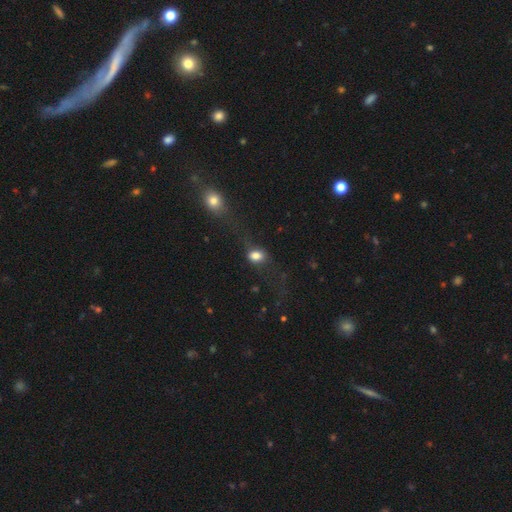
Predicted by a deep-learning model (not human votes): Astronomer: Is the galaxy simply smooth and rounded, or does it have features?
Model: smooth — 75%.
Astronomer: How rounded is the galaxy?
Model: in between — 64%.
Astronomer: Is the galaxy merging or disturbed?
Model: none — 44% (runner-up: major disturbance, 27%).